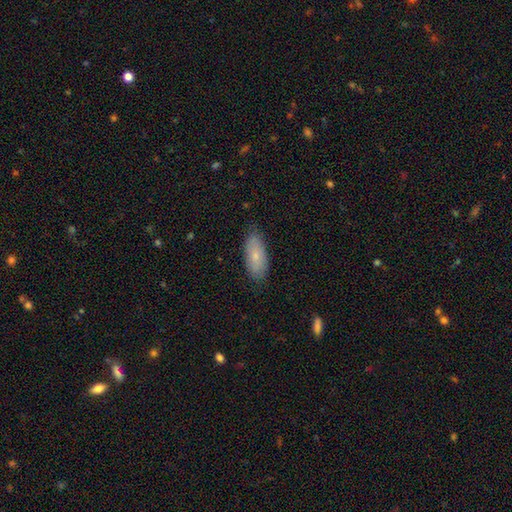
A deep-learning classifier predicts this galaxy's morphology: A smooth galaxy with no disk features (74%) that is in between round and cigar-shaped (86%).

Vote fractions:
- Smooth or featured? smooth: 74% / featured or disk: 19% / star or artifact: 7%
- How rounded? in between: 86% / cigar-shaped: 11% / round: 2%
- Merging? none: 81% / minor disturbance: 15% / major disturbance: 3% / merger: 1%